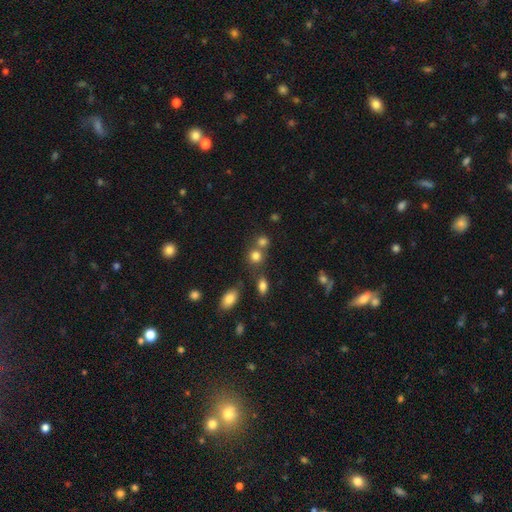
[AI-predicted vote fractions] smooth 78%, star or artifact 14%, featured or disk 8%. Down the decision tree: how rounded — round (82%); merging — none (56%).